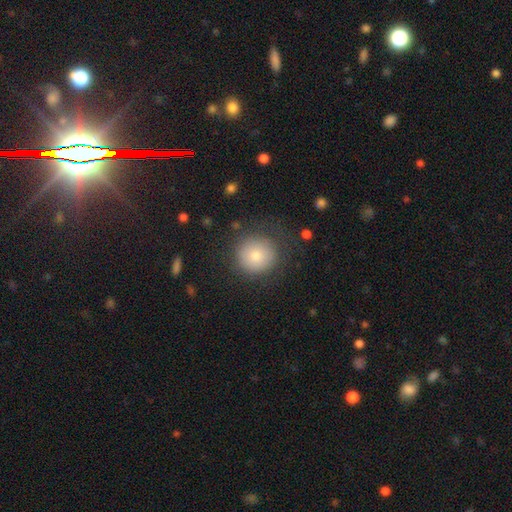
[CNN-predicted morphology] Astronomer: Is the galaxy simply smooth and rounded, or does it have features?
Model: smooth — 77%.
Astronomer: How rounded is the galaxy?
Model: round — 93%.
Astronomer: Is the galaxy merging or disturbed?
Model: none — 80%.